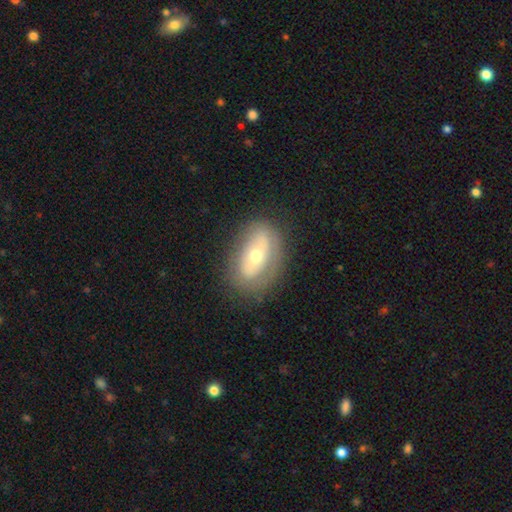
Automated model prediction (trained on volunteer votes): smooth_or_featured: featured or disk (p=0.54) [alt: smooth p=0.39]
disk_edge_on: no (p=0.88) [alt: yes p=0.12]
merging: none (p=0.75) [alt: minor disturbance p=0.17]